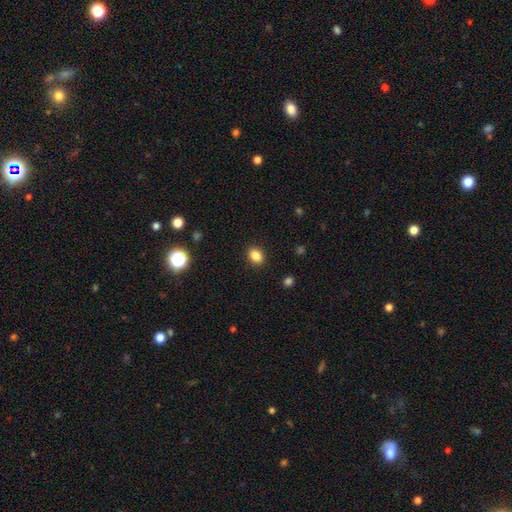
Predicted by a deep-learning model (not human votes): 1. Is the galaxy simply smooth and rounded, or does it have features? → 85% smooth, 11% star or artifact, 4% featured or disk.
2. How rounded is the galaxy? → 69% in between, 30% round, 1% cigar-shaped.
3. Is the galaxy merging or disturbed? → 89% none, 7% minor disturbance, 2% major disturbance, 1% merger.